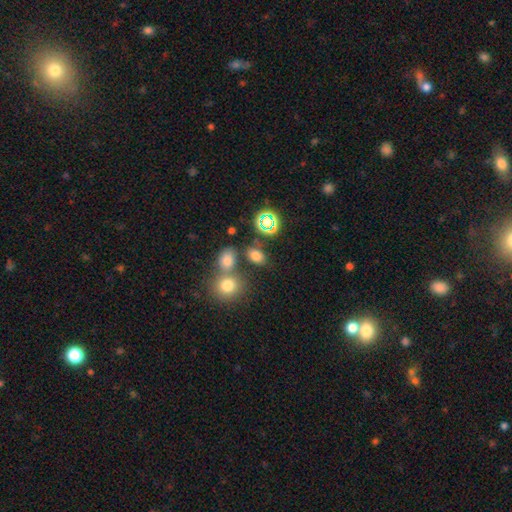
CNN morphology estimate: Q: Smooth or featured?
A: smooth (70%); runner-up: star or artifact (21%)
Q: How rounded?
A: in between (76%); runner-up: round (22%)
Q: Merging?
A: none (63%); runner-up: merger (21%)